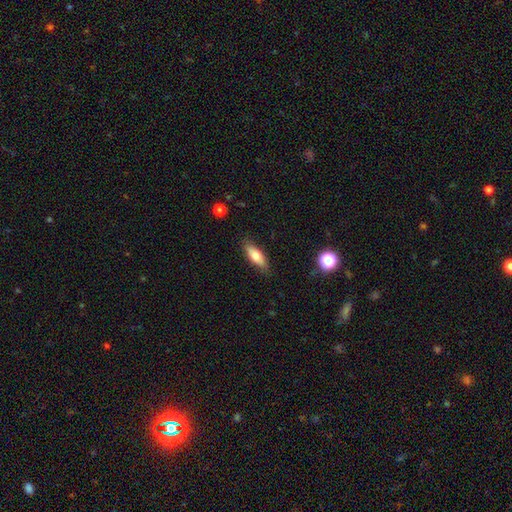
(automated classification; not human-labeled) Morphology: type=smooth (70%); roundness=in between (65%); merging=none (84%).